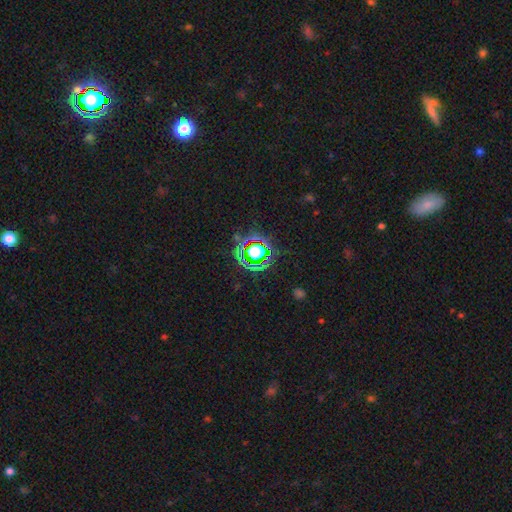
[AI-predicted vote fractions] Q: Smooth or featured?
A: star or artifact (63%); runner-up: smooth (23%)